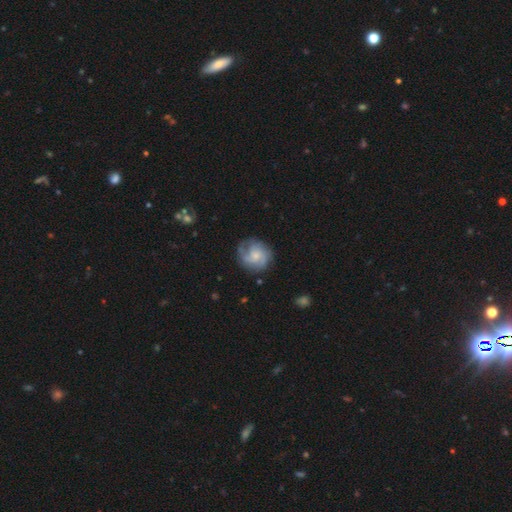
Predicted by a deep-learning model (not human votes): Smooth or featured? Predicted: featured or disk (p=0.56). Edge-on disk? Predicted: no (p=0.98). Bar? Predicted: no (p=0.72). Spiral arms? Predicted: yes (p=0.85). Bulge size? Predicted: small (p=0.56). Merging? Predicted: none (p=0.68).